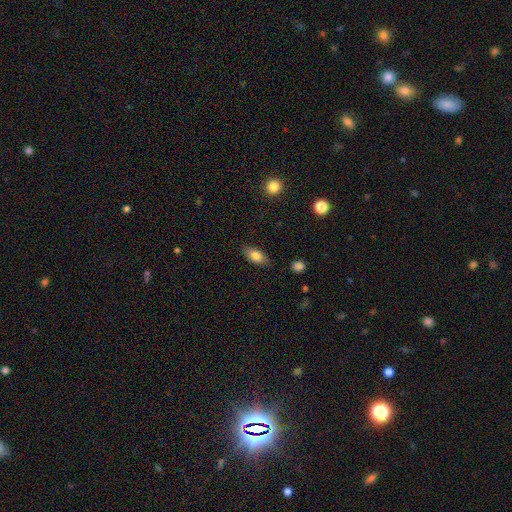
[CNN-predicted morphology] Smooth or featured: smooth — 80% (featured or disk — 12%)
How rounded: in between — 86% (cigar-shaped — 9%)
Merging: none — 83% (minor disturbance — 13%)